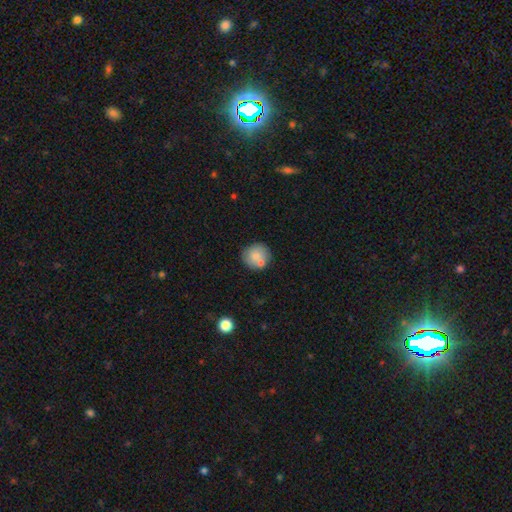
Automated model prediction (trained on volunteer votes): A smooth galaxy with no disk features (77%) that is round (89%). Merging: none (65%).